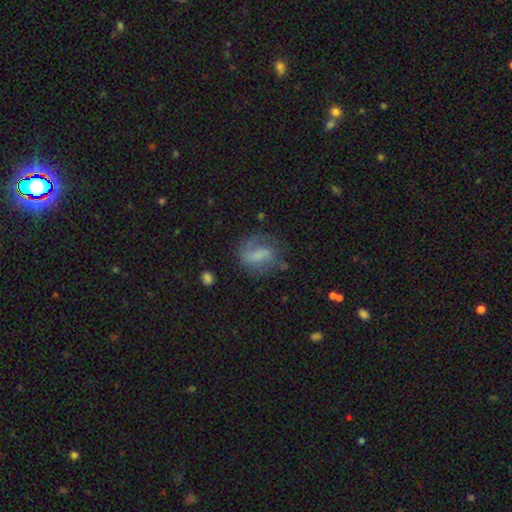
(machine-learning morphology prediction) Overall: featured or disk (49%; smooth 41%). Merging: none (56%; minor disturbance 23%).